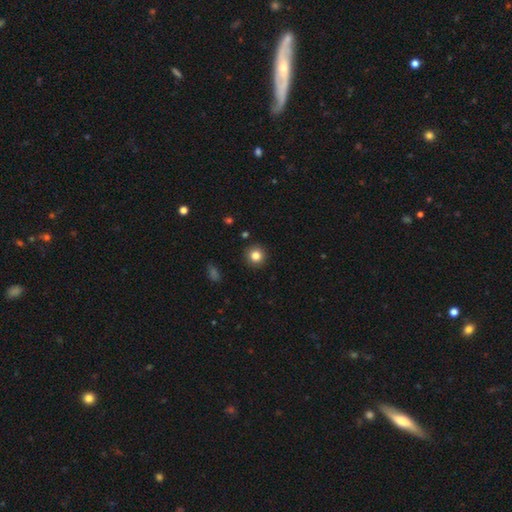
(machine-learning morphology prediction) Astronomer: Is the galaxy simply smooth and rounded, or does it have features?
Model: smooth — 83%.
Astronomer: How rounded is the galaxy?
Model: round — 93%.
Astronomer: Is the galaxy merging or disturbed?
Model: none — 91%.